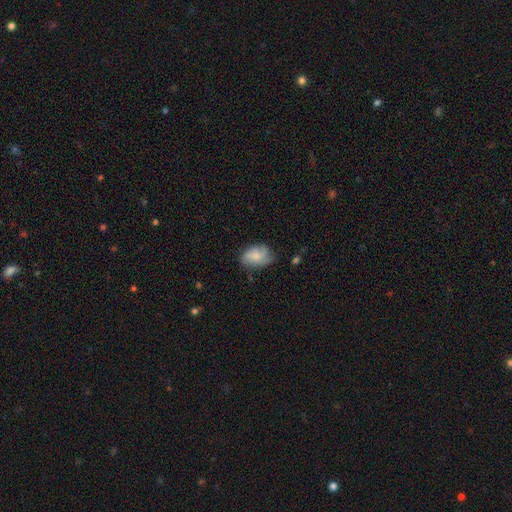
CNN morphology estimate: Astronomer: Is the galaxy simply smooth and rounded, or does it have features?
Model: smooth — 60%.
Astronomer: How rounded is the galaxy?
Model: in between — 82%.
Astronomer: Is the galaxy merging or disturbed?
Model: none — 58%.